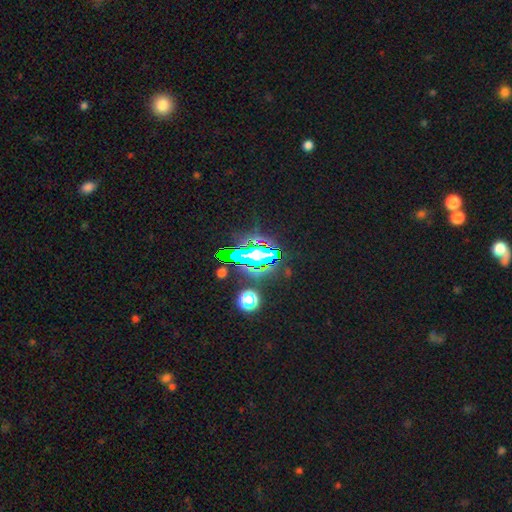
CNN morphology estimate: Smooth or featured?
  - star or artifact: 73% *
  - smooth: 15%
  - featured or disk: 12%